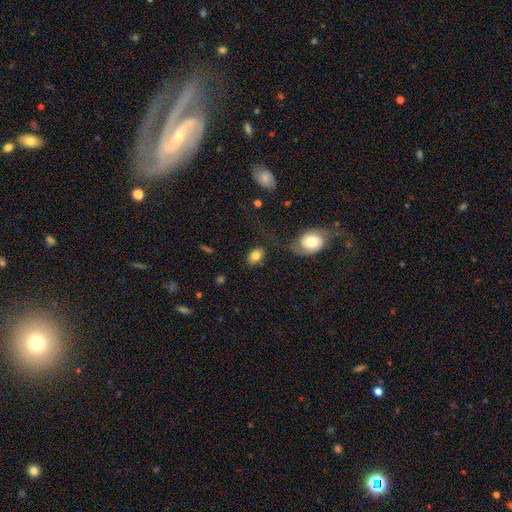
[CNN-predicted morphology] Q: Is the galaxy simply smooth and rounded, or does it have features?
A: smooth — 80%.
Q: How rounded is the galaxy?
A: in between — 72%.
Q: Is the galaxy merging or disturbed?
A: none — 68%.